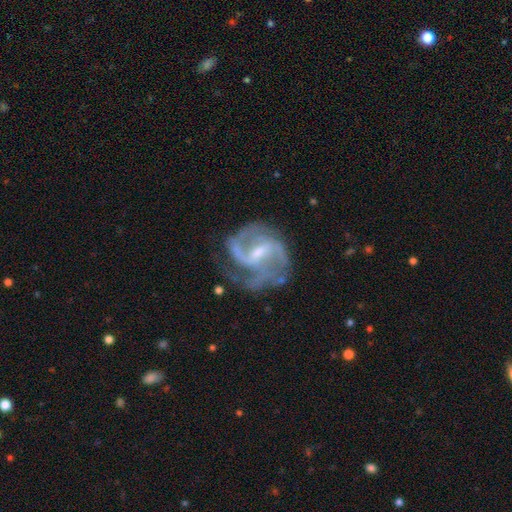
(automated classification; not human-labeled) Smooth or featured? Predicted: featured or disk (p=0.90). Edge-on disk? Predicted: no (p=0.98). Bar? Predicted: weak (p=0.51). Spiral arms? Predicted: yes (p=0.97). Spiral winding? Predicted: medium (p=0.54). Spiral arm count? Predicted: 2 (p=0.66). Bulge size? Predicted: small (p=0.59). Merging? Predicted: none (p=0.62).